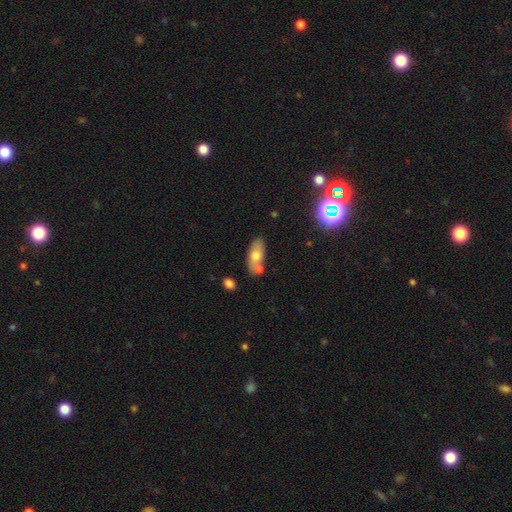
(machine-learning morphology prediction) Smooth or featured? smooth (69%)
How rounded? in between (83%)
Merging? none (62%)